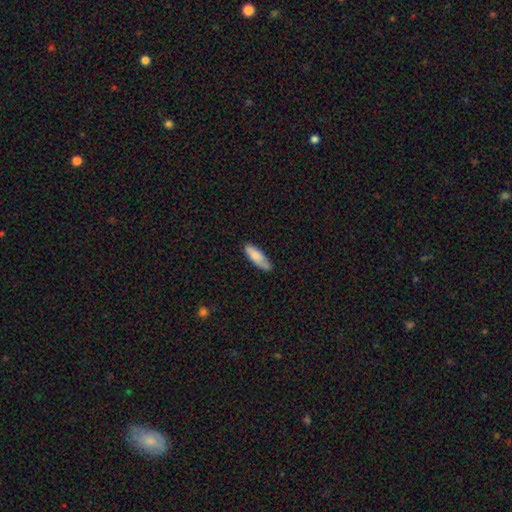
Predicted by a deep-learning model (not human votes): smooth 79%, featured or disk 15%, star or artifact 6%. Down the decision tree: how rounded — in between (58%); merging — none (77%).